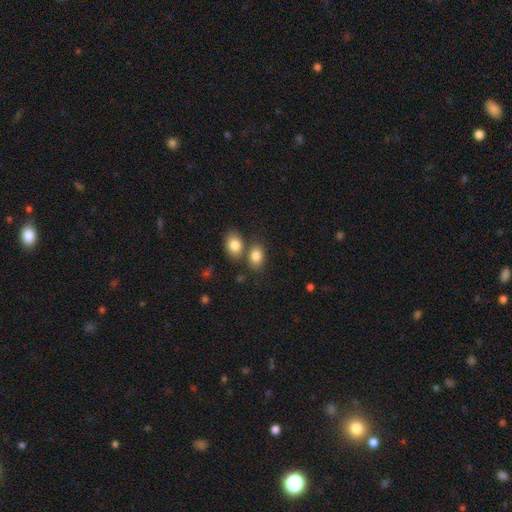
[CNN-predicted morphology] A smooth galaxy with no disk features (83%) that is in between round and cigar-shaped (80%). Merging: none (55%).